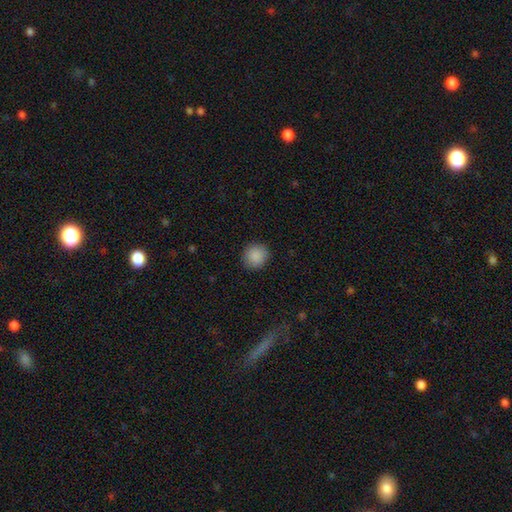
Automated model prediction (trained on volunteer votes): A smooth galaxy with no disk features (89%) that is round (90%). Merging: none (90%).